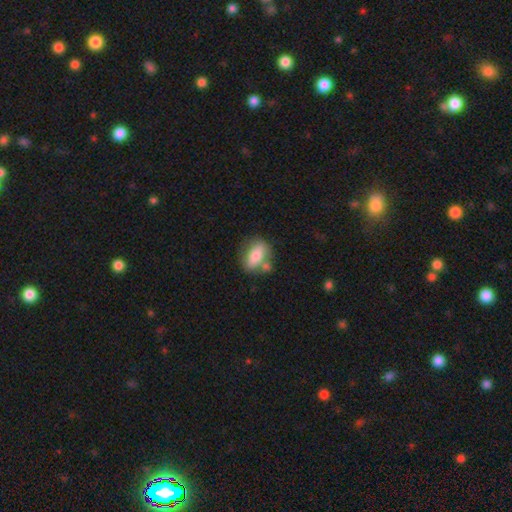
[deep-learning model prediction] Q: Smooth or featured?
A: smooth (69%); runner-up: featured or disk (24%)
Q: How rounded?
A: in between (81%); runner-up: round (11%)
Q: Merging?
A: none (60%); runner-up: merger (19%)